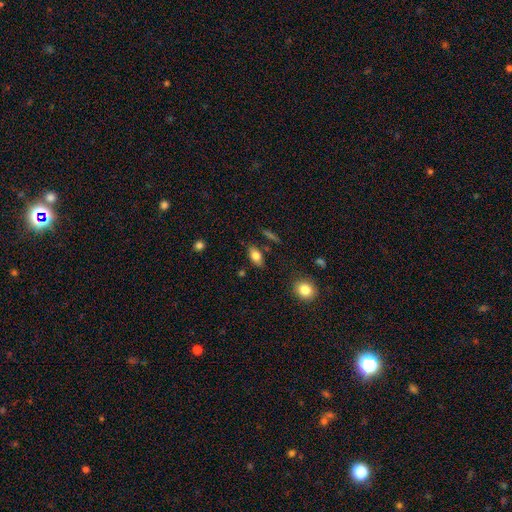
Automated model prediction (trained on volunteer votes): Overall: smooth (78%). How rounded: in between (88%). Merging: none (81%).